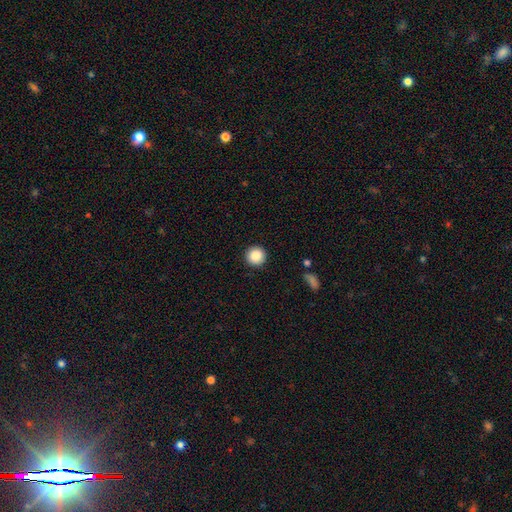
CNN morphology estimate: A smooth galaxy with no disk features (88%) that is round (96%).

Vote fractions:
- Smooth or featured? smooth: 88% / star or artifact: 9% / featured or disk: 3%
- How rounded? round: 96% / in between: 3% / cigar-shaped: 1%
- Merging? none: 92% / minor disturbance: 5% / major disturbance: 2% / merger: 1%